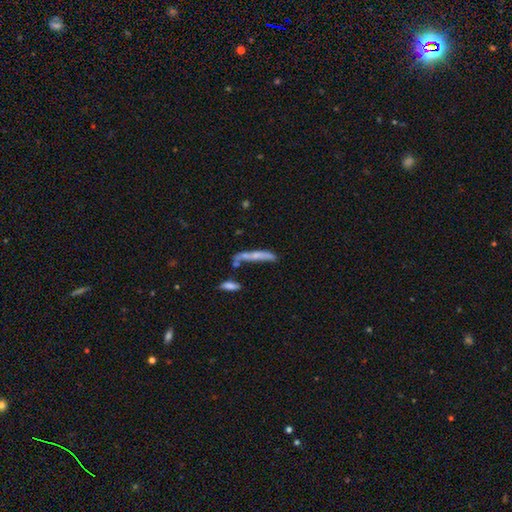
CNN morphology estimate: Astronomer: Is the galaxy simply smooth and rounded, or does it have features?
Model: smooth — 49% (runner-up: featured or disk, 40%).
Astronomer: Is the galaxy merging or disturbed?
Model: none — 43% (runner-up: merger, 25%).